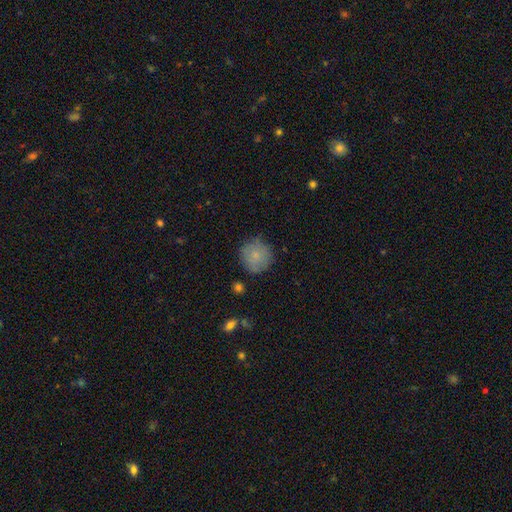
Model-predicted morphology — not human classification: Q: Smooth or featured?
A: smooth (79%); runner-up: featured or disk (13%)
Q: How rounded?
A: round (92%); runner-up: in between (7%)
Q: Merging?
A: none (75%); runner-up: minor disturbance (19%)